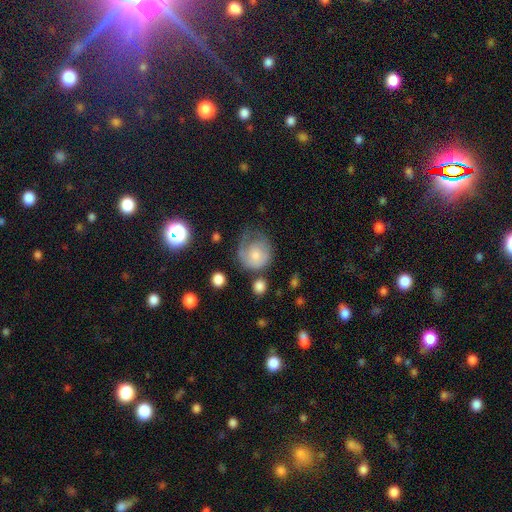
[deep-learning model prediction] Overall: smooth (53%; featured or disk 39%). How rounded: round (79%). Merging: none (39%; major disturbance 30%).